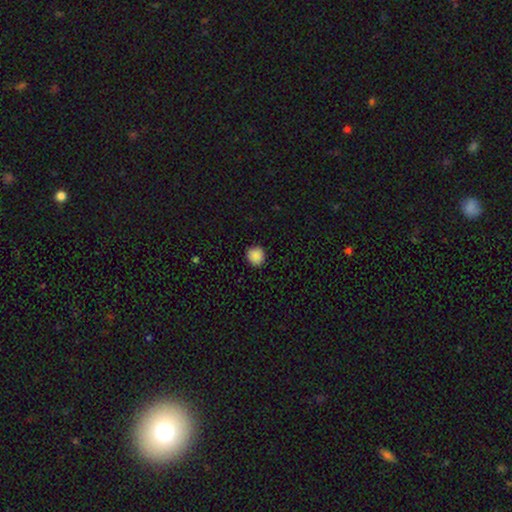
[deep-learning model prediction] Smooth or featured? smooth (88%)
How rounded? round (91%)
Merging? none (91%)